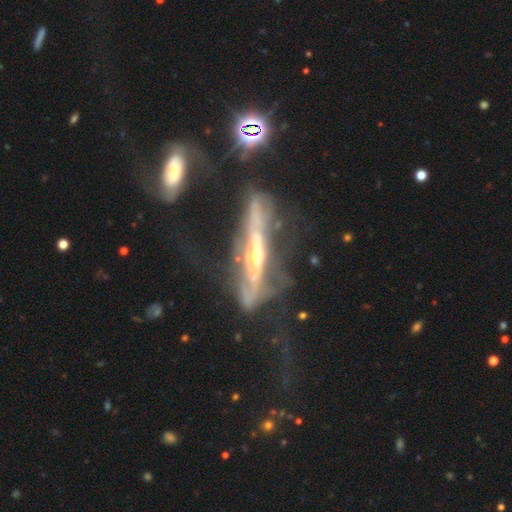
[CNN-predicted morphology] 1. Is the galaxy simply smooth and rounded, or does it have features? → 80% featured or disk, 12% smooth, 8% star or artifact.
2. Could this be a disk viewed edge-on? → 72% yes, 28% no.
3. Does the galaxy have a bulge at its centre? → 80% rounded, 14% none, 5% boxy.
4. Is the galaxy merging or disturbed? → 34% major disturbance, 33% none, 21% minor disturbance, 12% merger.